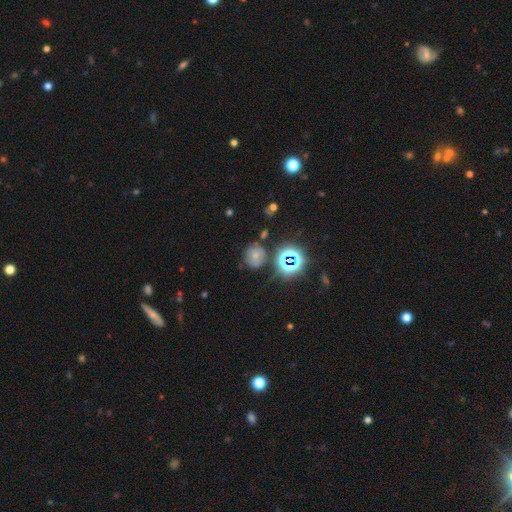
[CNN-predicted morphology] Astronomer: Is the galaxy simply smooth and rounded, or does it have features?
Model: smooth — 52% (runner-up: star or artifact, 28%).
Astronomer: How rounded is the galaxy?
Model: round — 81%.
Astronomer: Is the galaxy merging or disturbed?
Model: none — 68%.